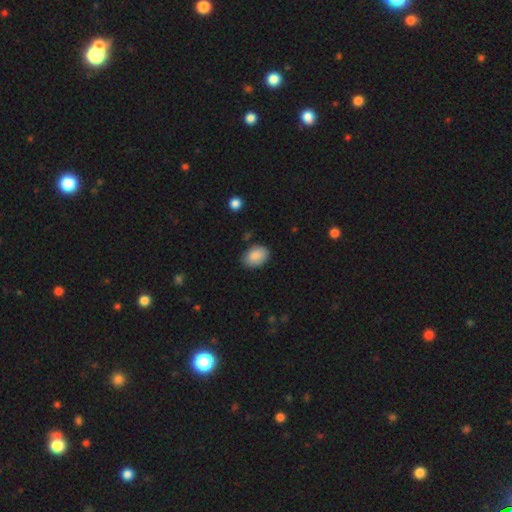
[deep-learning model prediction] Smooth or featured: smooth — 87% (star or artifact — 7%)
How rounded: in between — 81% (round — 18%)
Merging: none — 80% (minor disturbance — 15%)